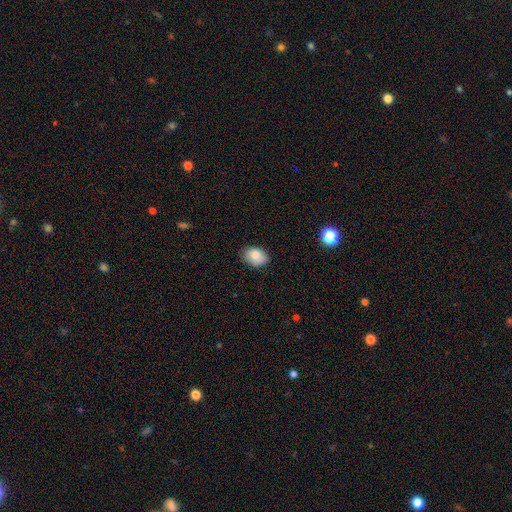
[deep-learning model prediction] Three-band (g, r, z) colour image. It shows a smooth galaxy with no disk features (84%) that is in between round and cigar-shaped (81%). Merging: none (78%).